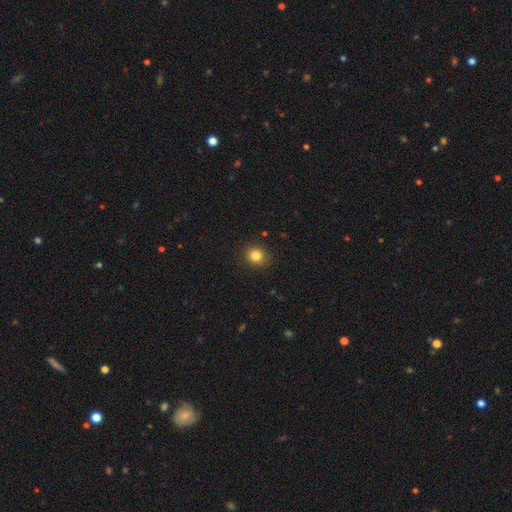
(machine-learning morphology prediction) type=smooth (83%); roundness=round (80%); merging=none (90%).